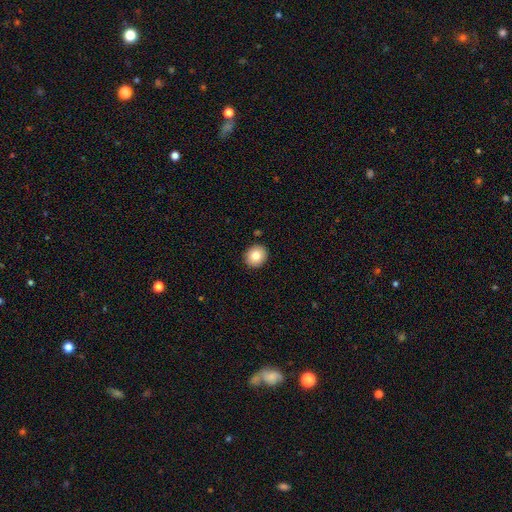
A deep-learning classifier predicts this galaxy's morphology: Smooth or featured: smooth — 82% (featured or disk — 9%)
How rounded: round — 81% (in between — 18%)
Merging: none — 91% (minor disturbance — 6%)